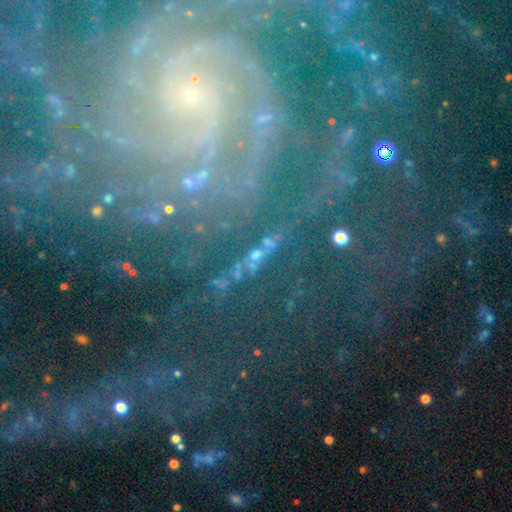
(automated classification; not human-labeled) smooth-or-featured: star or artifact: 55% | smooth: 25% | featured or disk: 20%